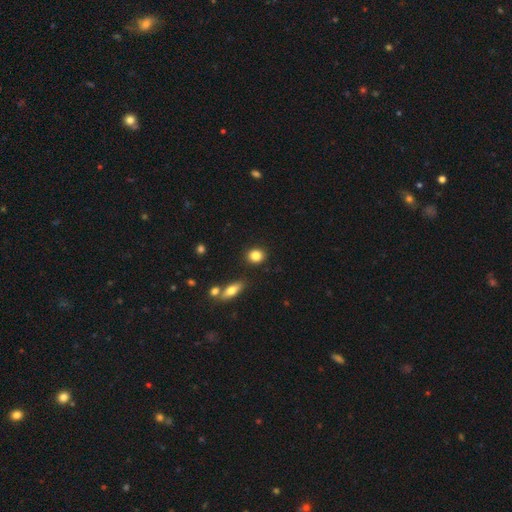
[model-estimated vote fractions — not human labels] A smooth galaxy with no disk features (85%) that is round (72%).

Vote fractions:
- Smooth or featured? smooth: 85% / star or artifact: 9% / featured or disk: 6%
- How rounded? round: 72% / in between: 26% / cigar-shaped: 2%
- Merging? none: 88% / minor disturbance: 7% / merger: 3% / major disturbance: 2%